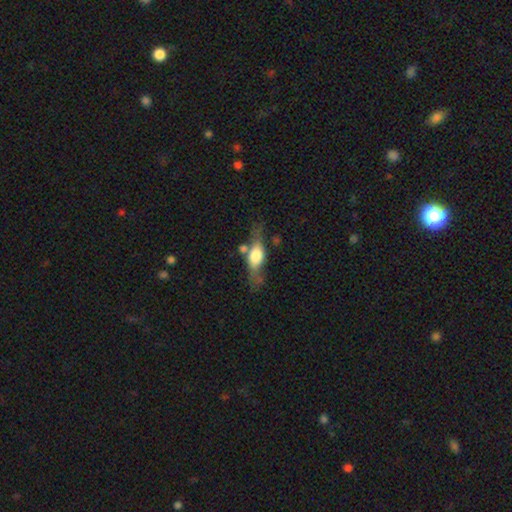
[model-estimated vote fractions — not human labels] This appears to be a featured or disk galaxy (48%). Merging: none (55%).